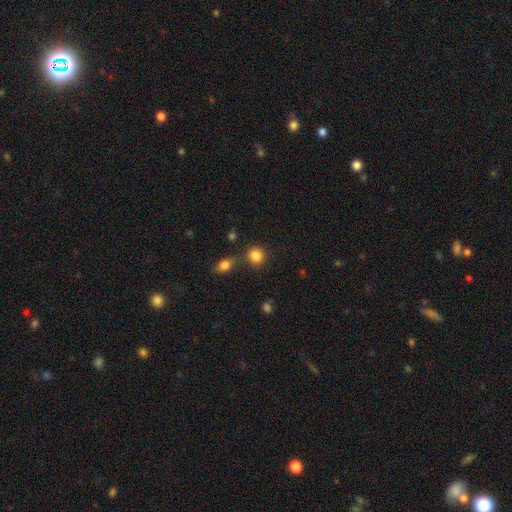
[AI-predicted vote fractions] This appears to be a smooth galaxy with no disk features (85%) that is round (83%). Merging: none (75%).